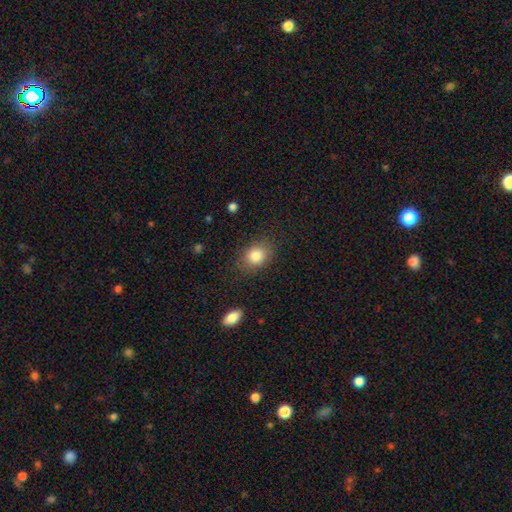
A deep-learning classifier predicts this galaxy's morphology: Smooth or featured? Predicted: smooth (p=0.84). How rounded? Predicted: in between (p=0.58). Merging? Predicted: none (p=0.81).